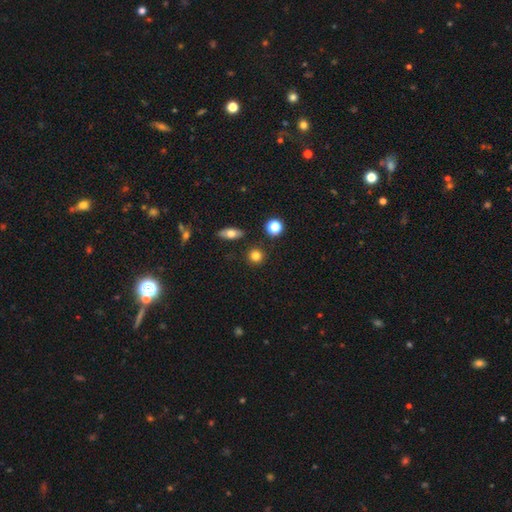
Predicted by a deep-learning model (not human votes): Smooth or featured? smooth (81%)
How rounded? round (90%)
Merging? none (88%)